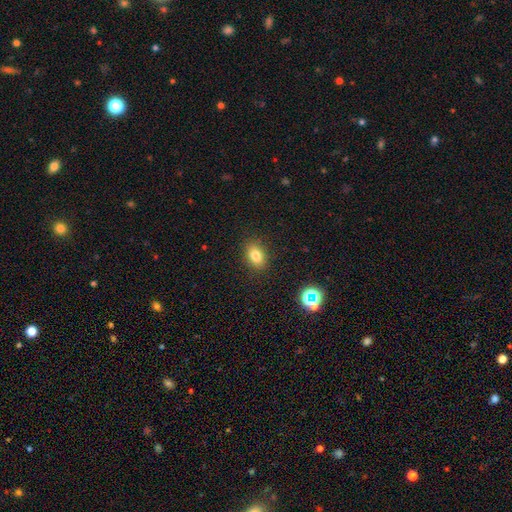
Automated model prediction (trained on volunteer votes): This appears to be a smooth galaxy with no disk features (80%) that is in between round and cigar-shaped (76%). Merging: none (88%).